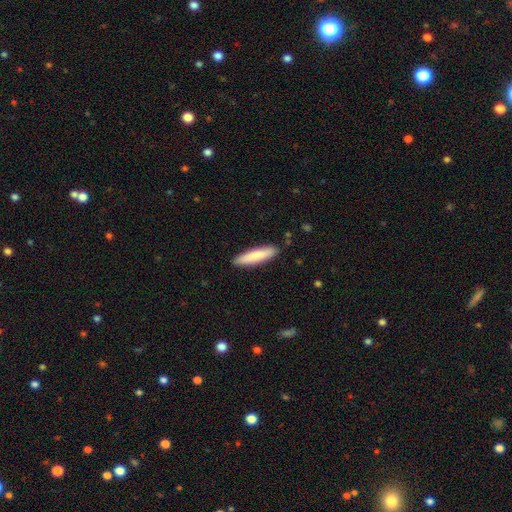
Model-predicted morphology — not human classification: Overall: smooth (82%). How rounded: cigar-shaped (82%). Merging: none (88%).